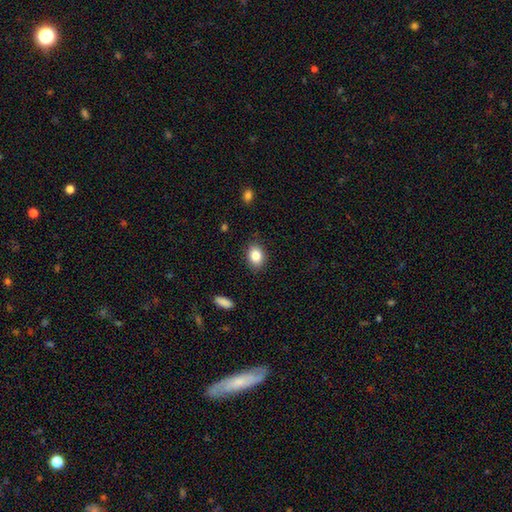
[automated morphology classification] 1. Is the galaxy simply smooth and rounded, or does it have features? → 84% smooth, 9% star or artifact, 7% featured or disk.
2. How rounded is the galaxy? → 70% in between, 29% round, 1% cigar-shaped.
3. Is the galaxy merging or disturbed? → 86% none, 10% minor disturbance, 2% major disturbance, 1% merger.